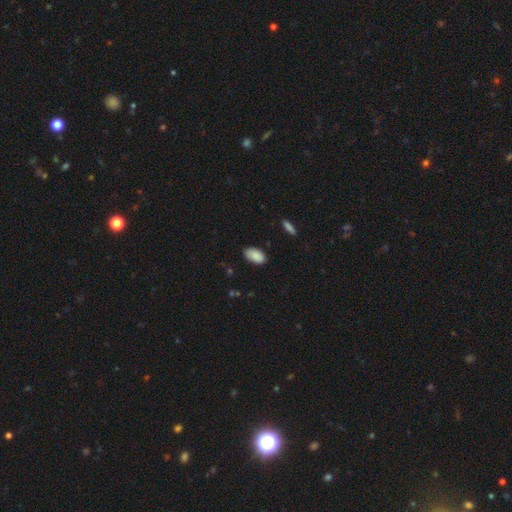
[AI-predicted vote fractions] The model was most divided on "merging": none: 82%, minor disturbance: 15%, major disturbance: 3%, merger: 1%. More confident: how rounded — in between (95%); smooth or featured — smooth (88%).